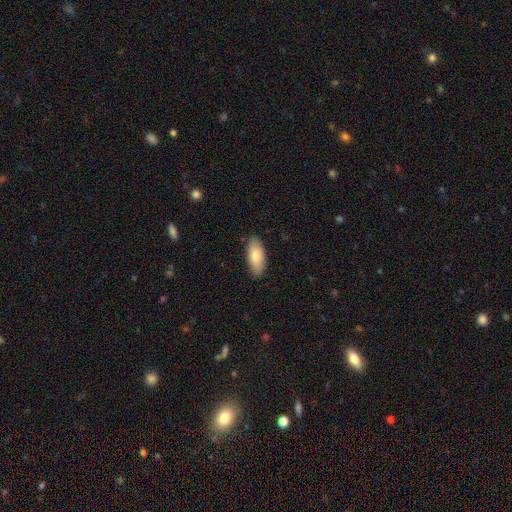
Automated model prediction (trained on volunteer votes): Smooth or featured?
  - smooth: 79% *
  - featured or disk: 15%
  - star or artifact: 6%
How rounded?
  - in between: 87% *
  - cigar-shaped: 11%
  - round: 2%
Merging?
  - none: 86% *
  - minor disturbance: 11%
  - major disturbance: 2%
  - merger: 1%